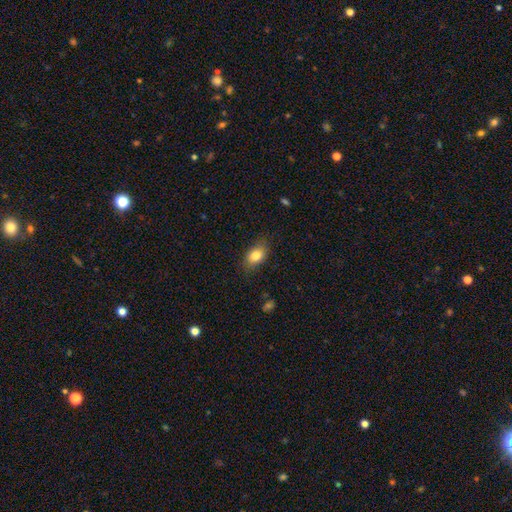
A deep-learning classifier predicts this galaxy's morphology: smooth_or_featured: smooth (p=0.83) [alt: featured or disk p=0.09]
how_rounded: in between (p=0.85) [alt: round p=0.12]
merging: none (p=0.81) [alt: minor disturbance p=0.14]